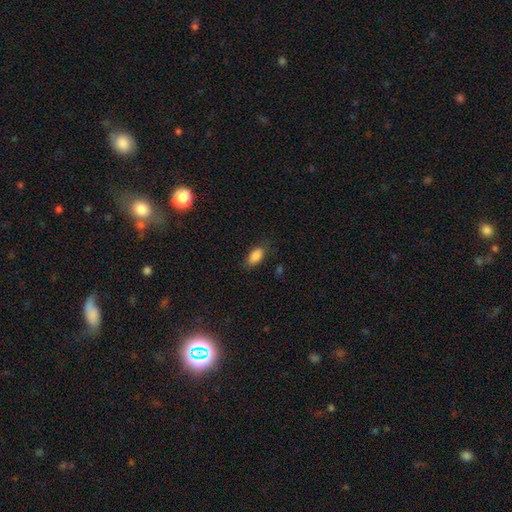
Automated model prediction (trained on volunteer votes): Smooth or featured? smooth (87%)
How rounded? in between (90%)
Merging? none (78%)